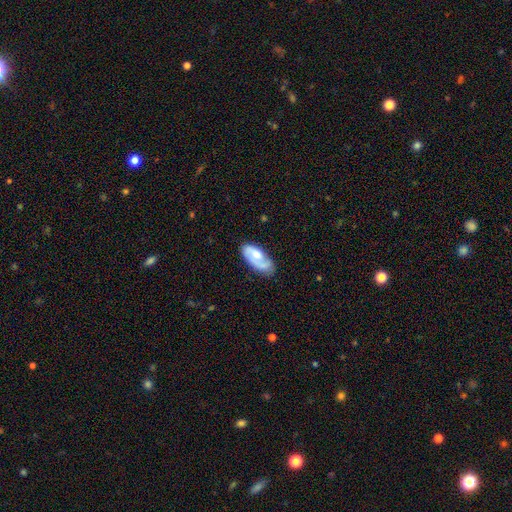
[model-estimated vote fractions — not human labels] featured or disk 57%, smooth 38%, star or artifact 6%. Down the decision tree: edge-on disk — no (93%); bar — no (67%); spiral arms — yes (84%); bulge size — moderate (57%); merging — none (62%).